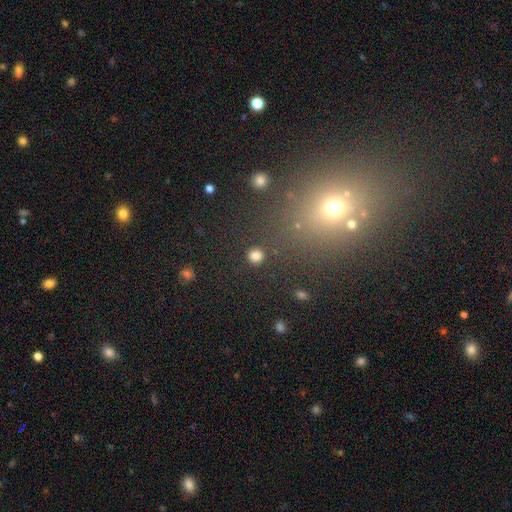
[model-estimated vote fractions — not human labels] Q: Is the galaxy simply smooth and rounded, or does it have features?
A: smooth — 83%.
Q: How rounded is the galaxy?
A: round — 92%.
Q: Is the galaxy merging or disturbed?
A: none — 90%.